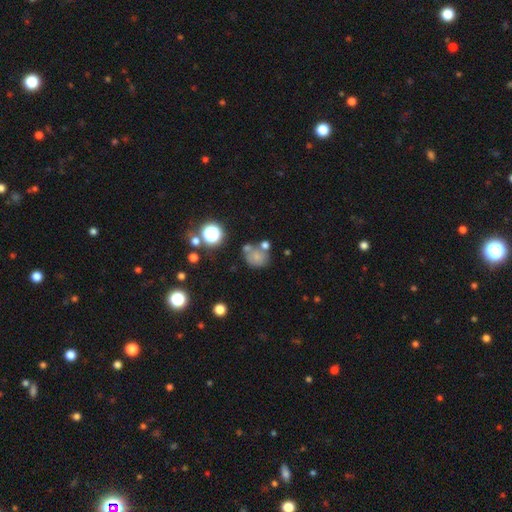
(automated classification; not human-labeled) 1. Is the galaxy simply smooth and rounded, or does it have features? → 63% smooth, 19% featured or disk, 19% star or artifact.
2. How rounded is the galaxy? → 77% round, 22% in between, 1% cigar-shaped.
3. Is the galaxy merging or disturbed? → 47% none, 27% merger, 17% minor disturbance, 9% major disturbance.